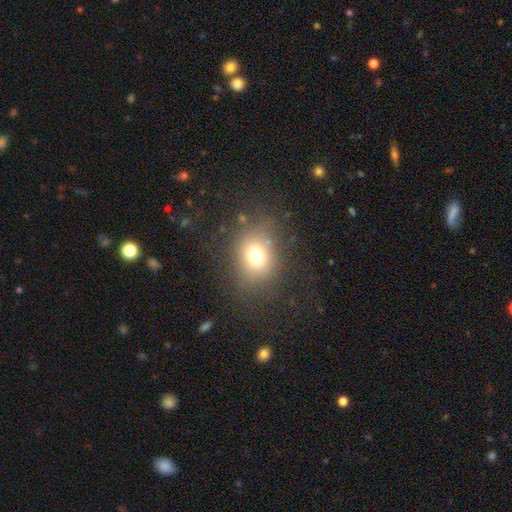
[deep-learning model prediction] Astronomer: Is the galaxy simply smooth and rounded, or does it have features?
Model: smooth — 72%.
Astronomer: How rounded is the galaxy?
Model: round — 62%.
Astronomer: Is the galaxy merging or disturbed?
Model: none — 78%.